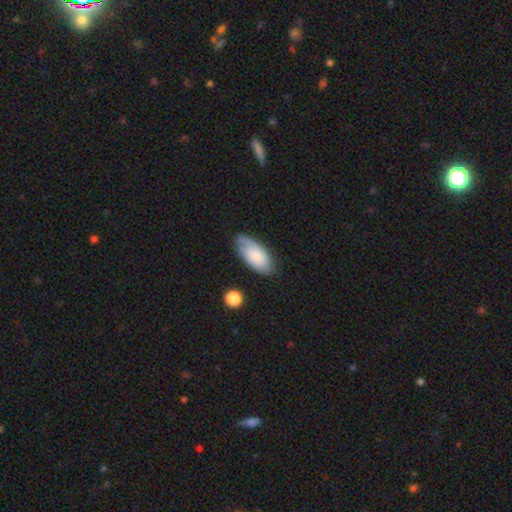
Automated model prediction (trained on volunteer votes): Smooth or featured? smooth (69%)
How rounded? in between (92%)
Merging? none (67%)